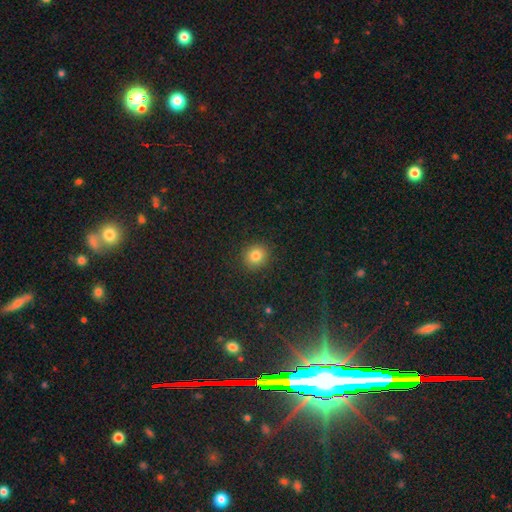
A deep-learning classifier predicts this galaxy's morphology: This appears to be a smooth galaxy with no disk features (82%) that is round (83%). Merging: none (91%).